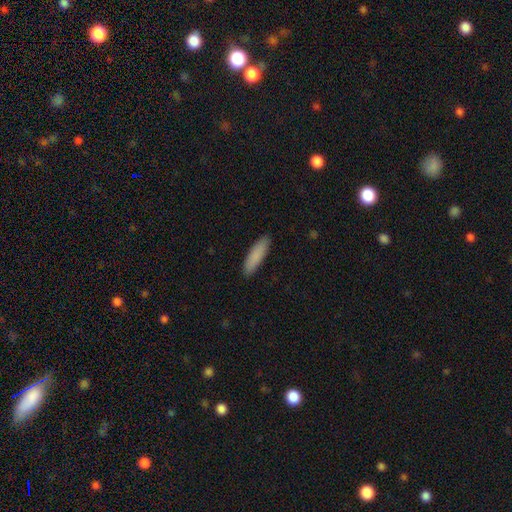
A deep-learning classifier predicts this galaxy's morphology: This appears to be a smooth galaxy with no disk features (87%) that is cigar-shaped (65%). Merging: none (89%).